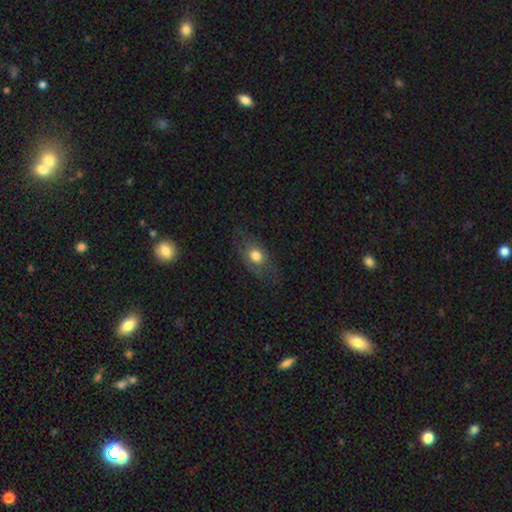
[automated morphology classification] Smooth or featured: smooth — 57% (featured or disk — 34%)
How rounded: in between — 74% (round — 19%)
Merging: none — 72% (minor disturbance — 18%)